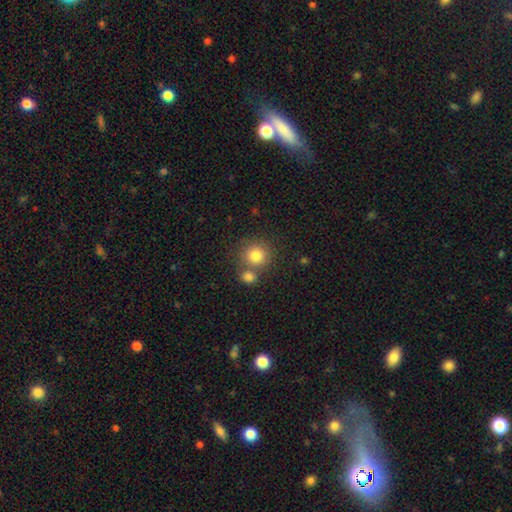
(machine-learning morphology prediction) A smooth galaxy with no disk features (81%) that is round (90%). Merging: none (62%).